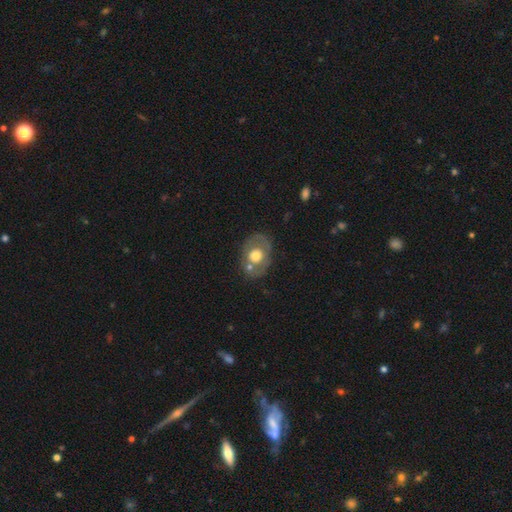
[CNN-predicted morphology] Overall: smooth (50%; featured or disk 43%). How rounded: in between (60%; round 39%). Merging: none (65%).